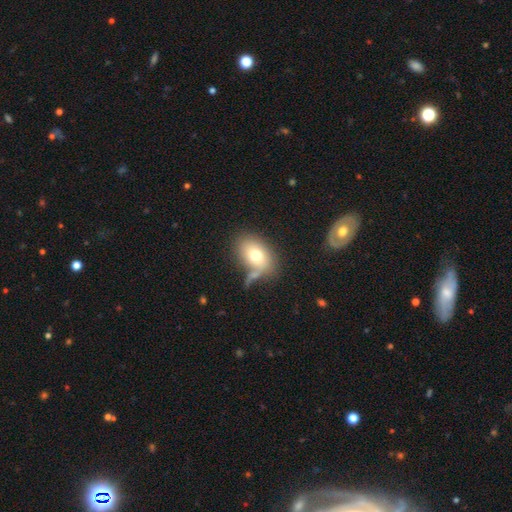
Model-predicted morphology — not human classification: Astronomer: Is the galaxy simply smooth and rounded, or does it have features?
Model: smooth — 71%.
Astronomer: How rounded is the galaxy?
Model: in between — 77%.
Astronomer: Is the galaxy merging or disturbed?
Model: none — 51%.